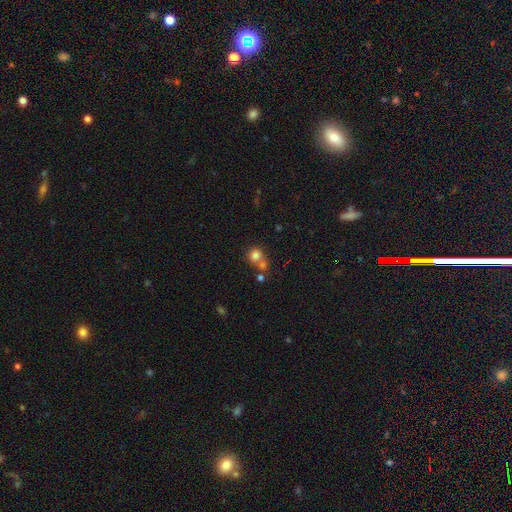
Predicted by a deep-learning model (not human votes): Smooth or featured? Predicted: smooth (p=0.78). How rounded? Predicted: round (p=0.85). Merging? Predicted: none (p=0.49).